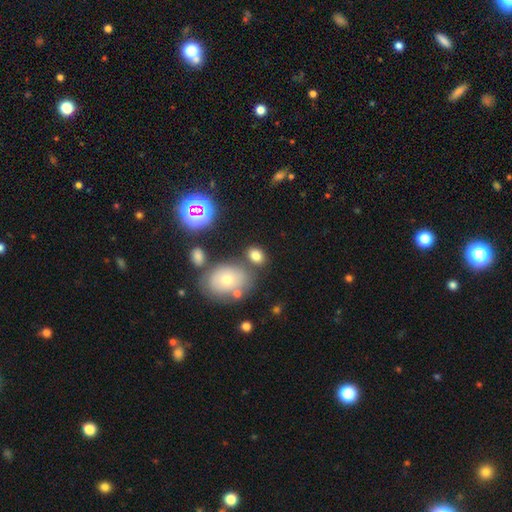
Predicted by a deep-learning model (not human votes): The model was most divided on "how rounded": in between: 72%, round: 27%, cigar-shaped: 2%. More confident: smooth or featured — smooth (76%); merging — none (69%).